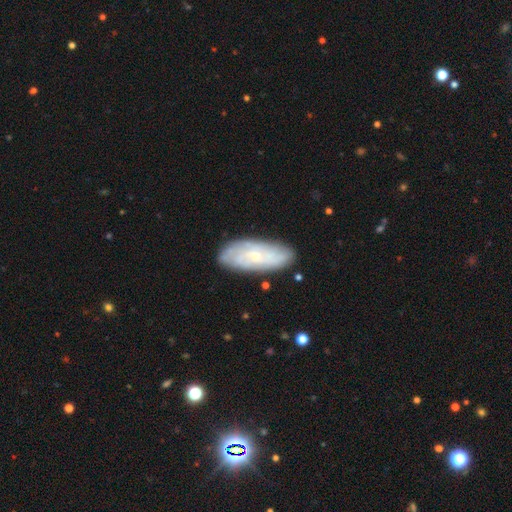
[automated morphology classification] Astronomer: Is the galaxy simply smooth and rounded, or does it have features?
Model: featured or disk — 55% (runner-up: smooth, 38%).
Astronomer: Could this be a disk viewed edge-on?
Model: no — 87%.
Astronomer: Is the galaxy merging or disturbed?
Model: none — 81%.